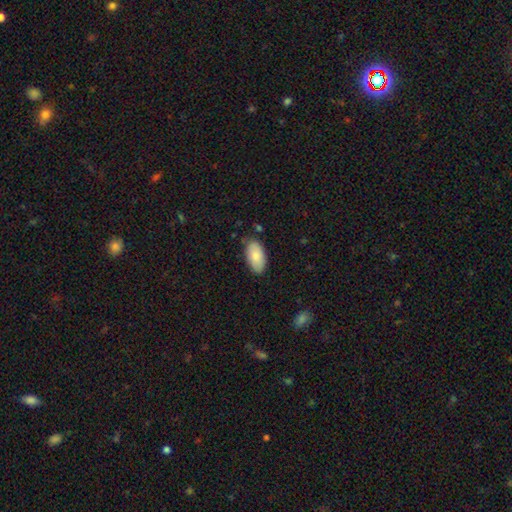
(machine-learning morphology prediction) Smooth or featured? Predicted: smooth (p=0.84). How rounded? Predicted: in between (p=0.95). Merging? Predicted: none (p=0.79).